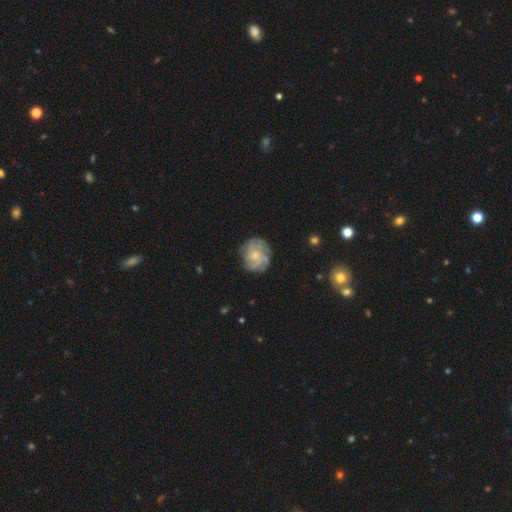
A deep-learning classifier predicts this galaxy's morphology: Smooth or featured?
  - featured or disk: 63% *
  - smooth: 30%
  - star or artifact: 7%
Edge-on disk?
  - no: 98% *
  - yes: 2%
Bar?
  - no: 78% *
  - weak: 20%
  - strong: 3%
Spiral arms?
  - yes: 80% *
  - no: 20%
Bulge size?
  - moderate: 45% *
  - small: 39%
  - none: 9%
  - large: 5%
  - dominant: 1%
Merging?
  - none: 75% *
  - minor disturbance: 17%
  - major disturbance: 6%
  - merger: 2%